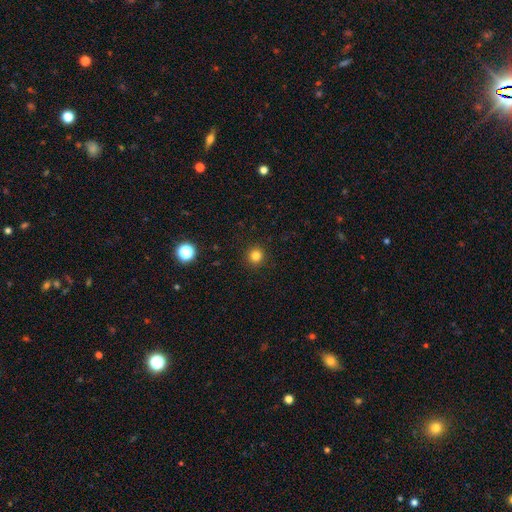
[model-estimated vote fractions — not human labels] Morphology: type=smooth (82%); roundness=round (95%); merging=none (93%).